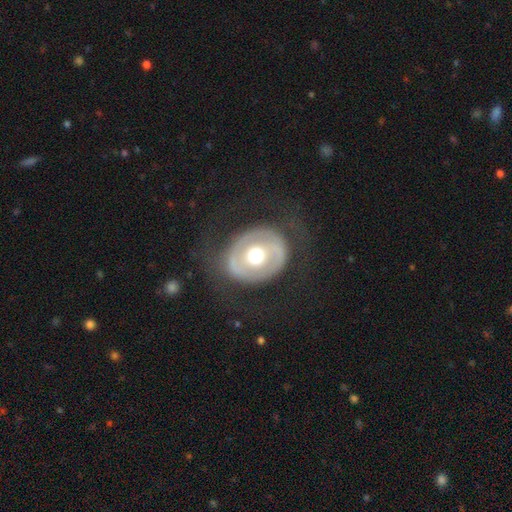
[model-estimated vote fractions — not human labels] Overall: featured or disk (62%; smooth 32%). Edge-on disk: no (95%). Bar: no (74%). Spiral arms: no (71%). Bulge size: moderate (62%; large 30%). Merging: none (69%).